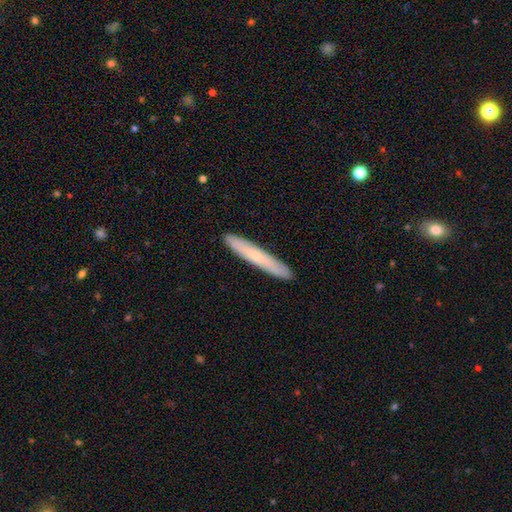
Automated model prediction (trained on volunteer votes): Smooth or featured?
  - smooth: 62% *
  - featured or disk: 33%
  - star or artifact: 6%
How rounded?
  - cigar-shaped: 95% *
  - in between: 4%
  - round: 1%
Merging?
  - none: 91% *
  - minor disturbance: 6%
  - major disturbance: 1%
  - merger: 1%